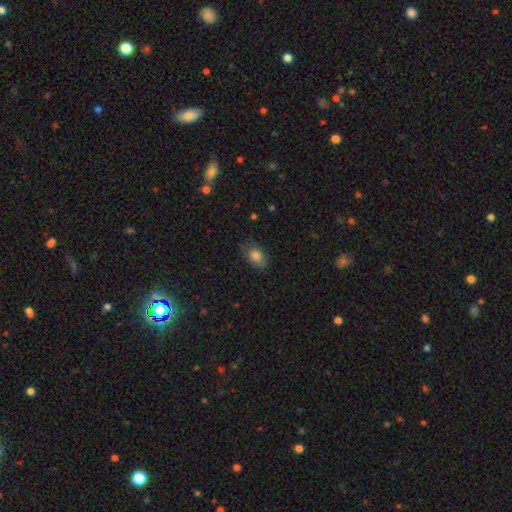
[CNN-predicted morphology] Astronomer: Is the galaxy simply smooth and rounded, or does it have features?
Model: smooth — 79%.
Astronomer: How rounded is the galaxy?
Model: in between — 80%.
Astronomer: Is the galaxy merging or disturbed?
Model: none — 71%.